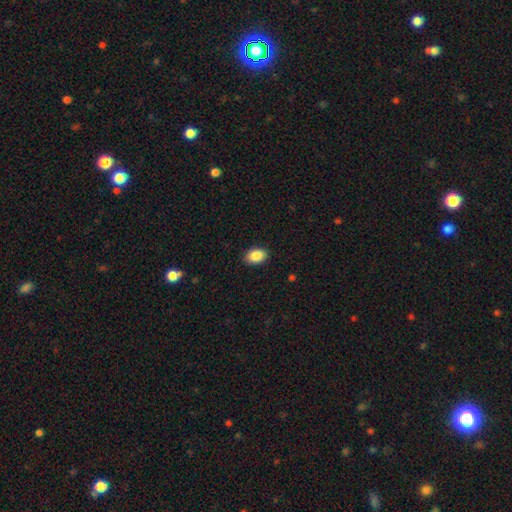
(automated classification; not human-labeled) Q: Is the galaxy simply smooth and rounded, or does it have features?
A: smooth — 88%.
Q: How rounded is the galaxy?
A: in between — 84%.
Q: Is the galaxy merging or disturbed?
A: none — 89%.